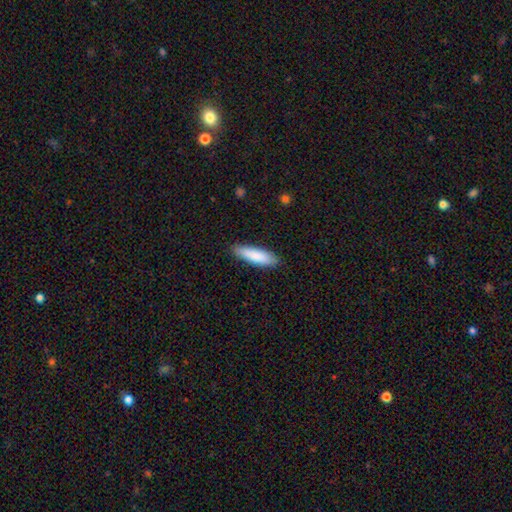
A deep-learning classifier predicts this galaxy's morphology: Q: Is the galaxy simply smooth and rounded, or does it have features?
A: smooth — 86%.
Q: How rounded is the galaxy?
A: cigar-shaped — 64%.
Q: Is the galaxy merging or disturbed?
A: none — 87%.